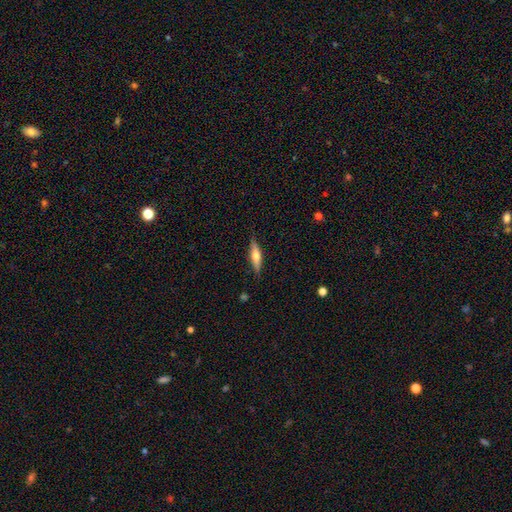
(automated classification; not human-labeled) Smooth or featured?
  - featured or disk: 55% *
  - smooth: 39%
  - star or artifact: 6%
Edge-on disk?
  - yes: 94% *
  - no: 6%
Edge-on bulge?
  - rounded: 91% *
  - boxy: 5%
  - none: 4%
Merging?
  - none: 87% *
  - minor disturbance: 10%
  - major disturbance: 2%
  - merger: 1%